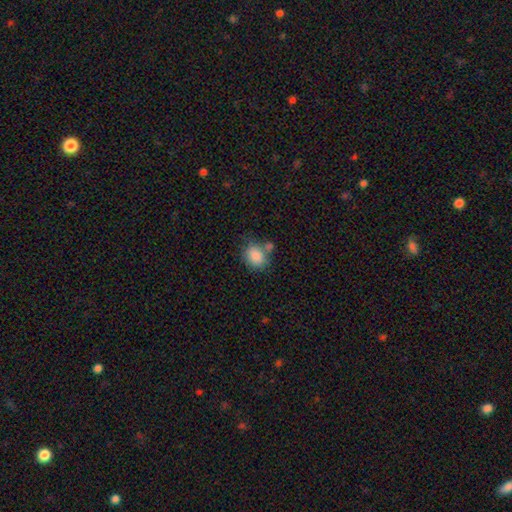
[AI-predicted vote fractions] A smooth galaxy with no disk features (86%) that is round (52%). Merging: none (57%).